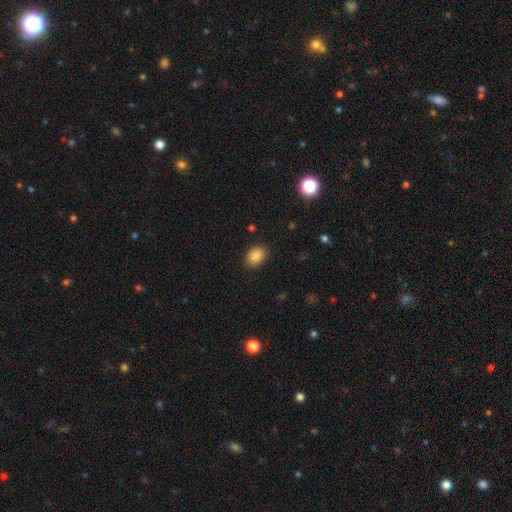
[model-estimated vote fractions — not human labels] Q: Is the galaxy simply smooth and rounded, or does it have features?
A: smooth — 87%.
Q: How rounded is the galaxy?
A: in between — 55%.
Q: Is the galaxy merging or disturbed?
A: none — 86%.